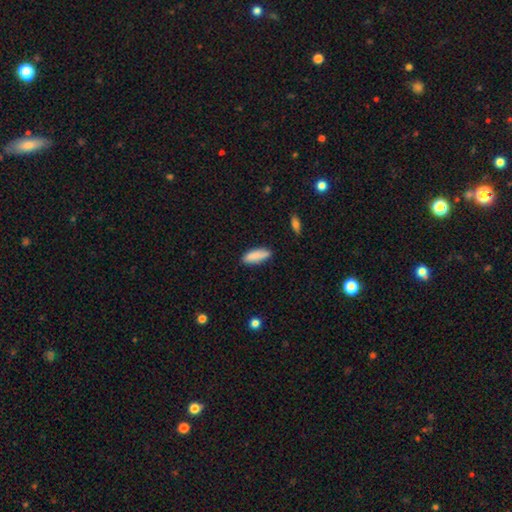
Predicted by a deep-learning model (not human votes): Overall: smooth (85%). How rounded: in between (62%; cigar-shaped 36%). Merging: none (77%).